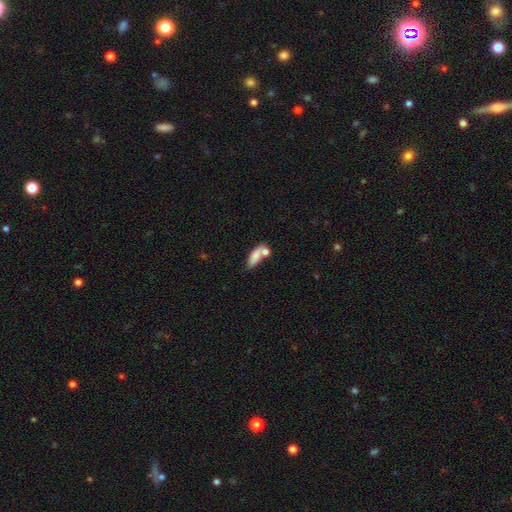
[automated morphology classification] smooth-or-featured: smooth: 78% | featured or disk: 15% | star or artifact: 8%
  how-rounded: in between: 70% | cigar-shaped: 26% | round: 5%
  merging: none: 39% | merger: 36% | minor disturbance: 17% | major disturbance: 8%